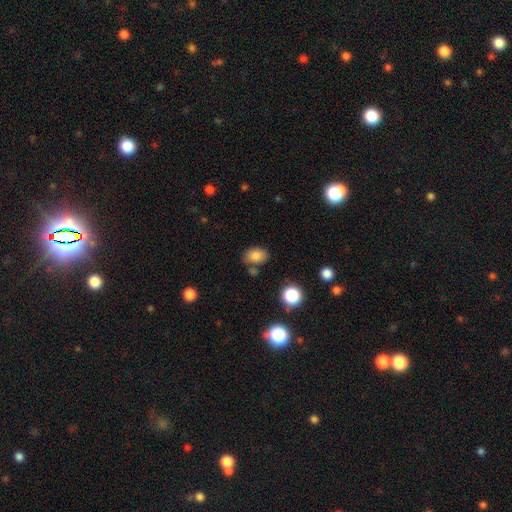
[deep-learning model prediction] Smooth or featured: smooth — 82% (star or artifact — 10%)
How rounded: in between — 78% (round — 21%)
Merging: none — 71% (minor disturbance — 16%)